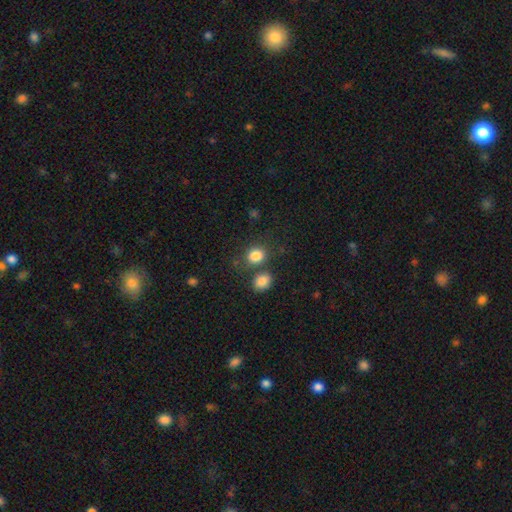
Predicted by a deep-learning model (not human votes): Smooth or featured: smooth — 85% (star or artifact — 10%)
How rounded: round — 61% (in between — 38%)
Merging: none — 65% (merger — 20%)